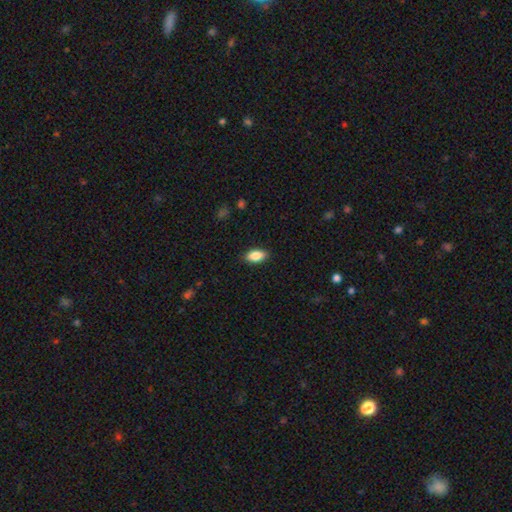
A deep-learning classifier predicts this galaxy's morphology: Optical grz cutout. It shows a smooth galaxy with no disk features (87%) that is in between round and cigar-shaped (91%). Merging: none (88%).